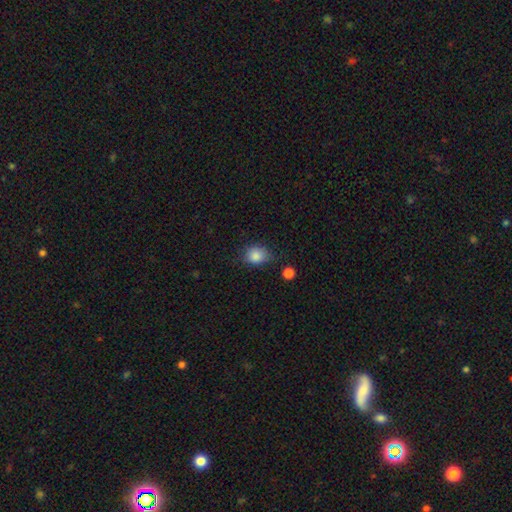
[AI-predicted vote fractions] smooth 85%, star or artifact 10%, featured or disk 5%. Down the decision tree: how rounded — round (60%); merging — none (70%).